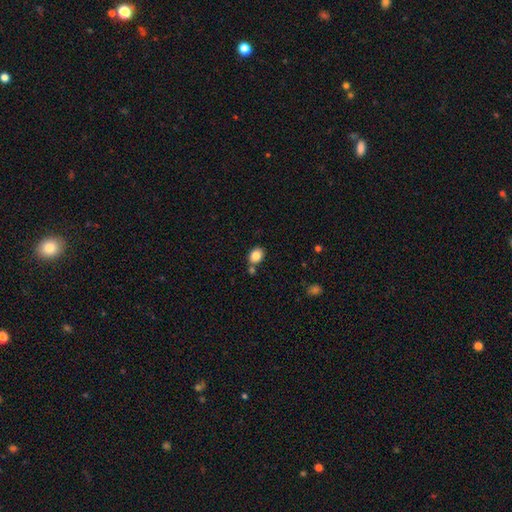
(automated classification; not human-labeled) Smooth or featured? Predicted: smooth (p=0.84). How rounded? Predicted: in between (p=0.57). Merging? Predicted: none (p=0.68).